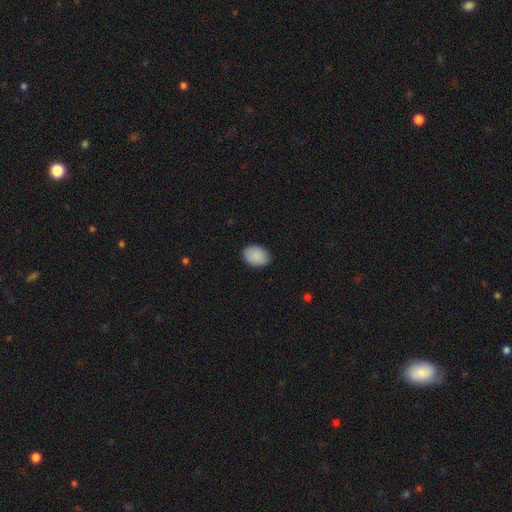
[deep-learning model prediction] This is clearly a smooth galaxy (90%). How rounded: likely in between (73%). Merging: clearly none (88%).